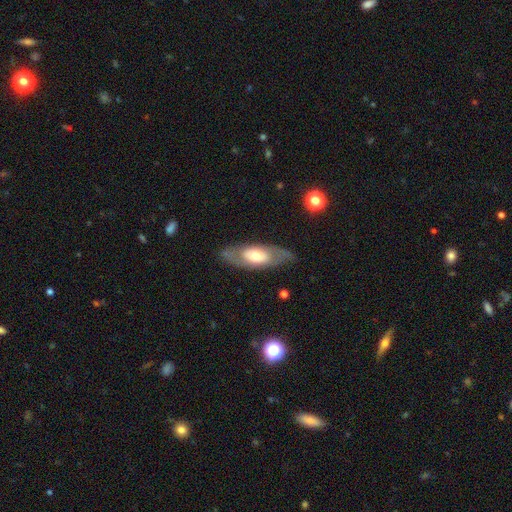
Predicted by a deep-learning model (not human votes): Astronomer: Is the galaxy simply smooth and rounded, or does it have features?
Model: featured or disk — 55% (runner-up: smooth, 40%).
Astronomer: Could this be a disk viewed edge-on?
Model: no — 76%.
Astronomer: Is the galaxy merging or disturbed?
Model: none — 78%.